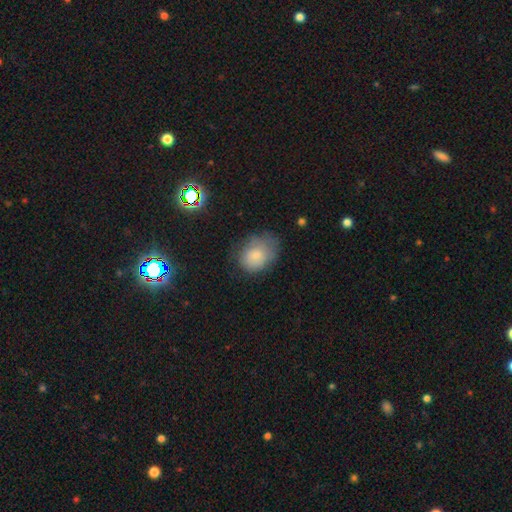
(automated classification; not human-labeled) Morphology: type=smooth (76%); roundness=in between (54%); merging=none (51%).